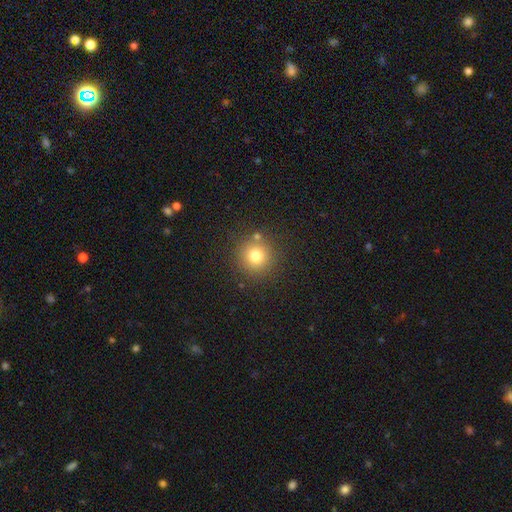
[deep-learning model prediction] The model was most divided on "smooth or featured": smooth: 76%, star or artifact: 15%, featured or disk: 9%. More confident: how rounded — round (94%); merging — none (83%).